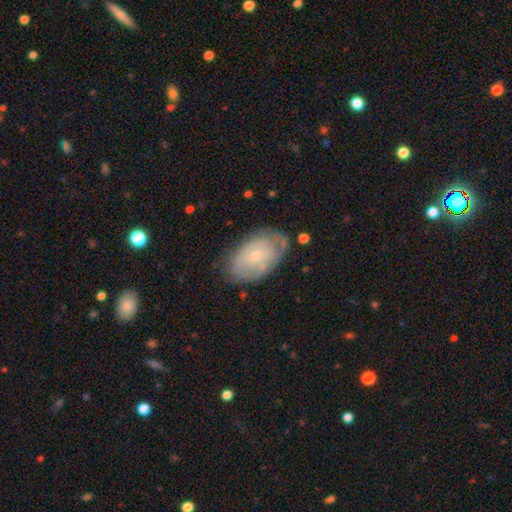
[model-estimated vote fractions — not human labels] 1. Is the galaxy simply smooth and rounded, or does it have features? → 55% featured or disk, 38% smooth, 7% star or artifact.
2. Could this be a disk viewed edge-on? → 94% no, 6% yes.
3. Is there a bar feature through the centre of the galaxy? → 82% no, 15% weak, 2% strong.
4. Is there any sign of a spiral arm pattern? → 61% yes, 39% no.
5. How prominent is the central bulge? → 70% small, 26% moderate, 2% none, 1% large, 1% dominant.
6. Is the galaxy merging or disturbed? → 69% none, 23% minor disturbance, 6% major disturbance, 2% merger.